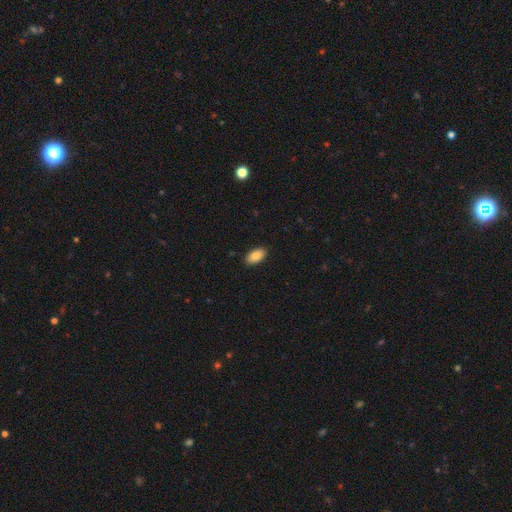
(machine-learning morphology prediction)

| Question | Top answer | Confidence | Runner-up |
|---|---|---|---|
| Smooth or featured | smooth | 85% | featured or disk (8%) |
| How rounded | in between | 94% | round (4%) |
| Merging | none | 89% | minor disturbance (8%) |